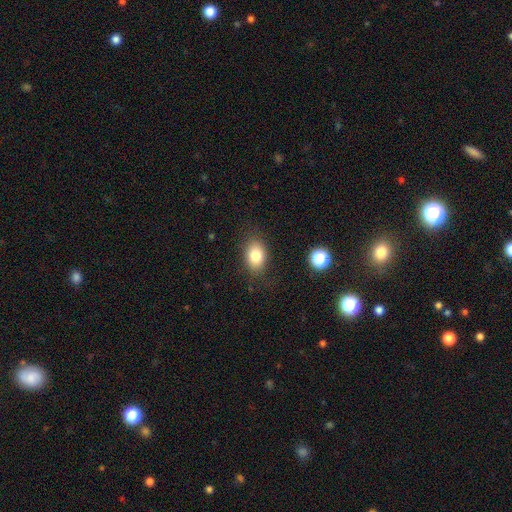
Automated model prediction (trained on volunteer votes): smooth 80%, featured or disk 10%, star or artifact 10%. Down the decision tree: how rounded — in between (79%); merging — none (82%).